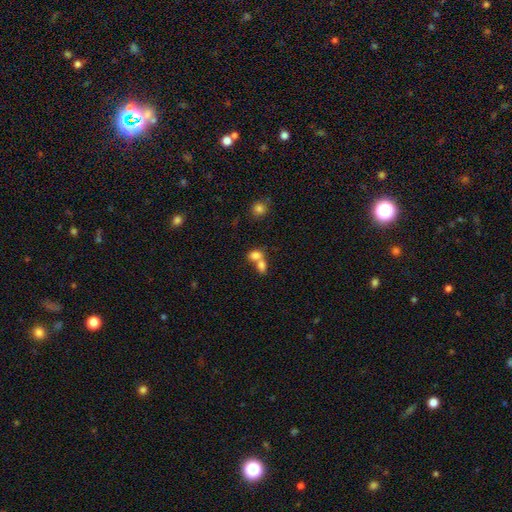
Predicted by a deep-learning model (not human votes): Overall: smooth (78%). How rounded: in between (71%). Merging: merger (66%).